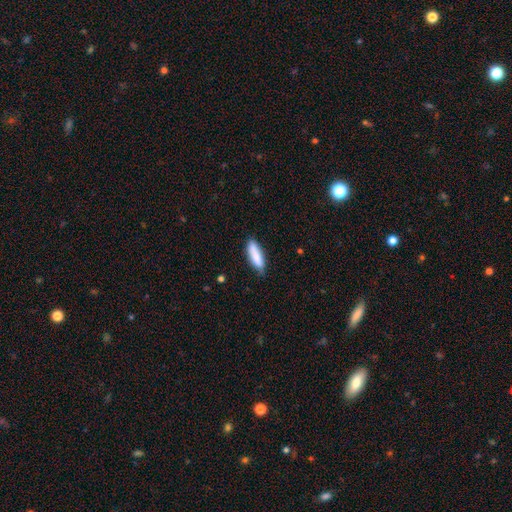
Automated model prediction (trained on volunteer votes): A smooth galaxy with no disk features (86%) that is in between round and cigar-shaped (52%). Merging: none (74%).